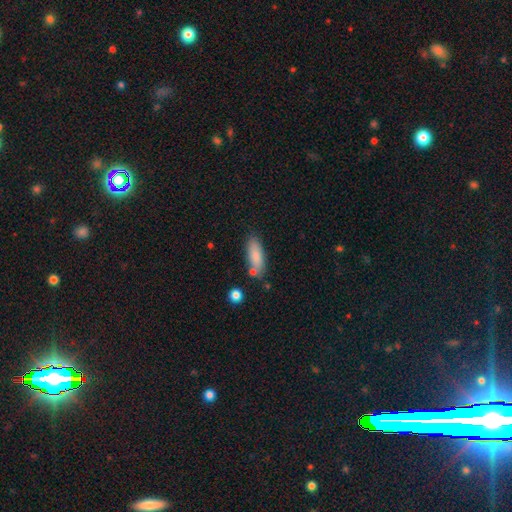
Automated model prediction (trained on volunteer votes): Q: Smooth or featured?
A: smooth (84%); runner-up: featured or disk (9%)
Q: How rounded?
A: in between (67%); runner-up: cigar-shaped (31%)
Q: Merging?
A: none (71%); runner-up: minor disturbance (16%)